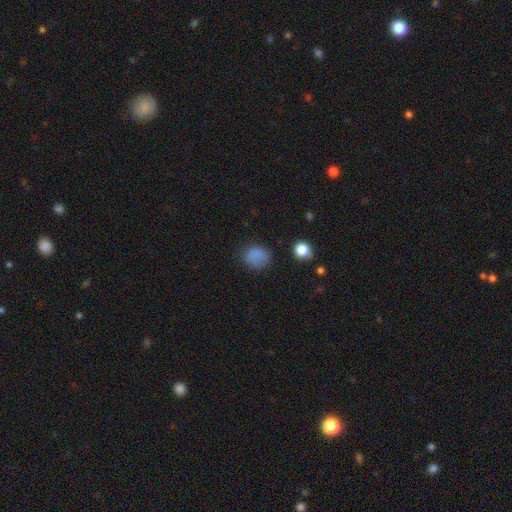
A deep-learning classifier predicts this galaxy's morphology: A smooth galaxy with no disk features (82%) that is round (70%). Merging: none (78%).